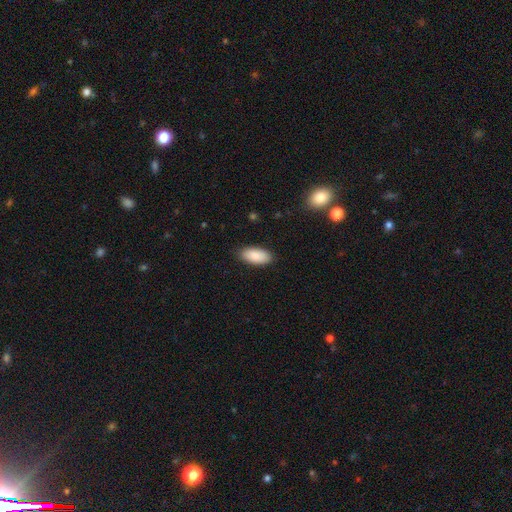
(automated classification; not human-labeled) Morphology: type=smooth (89%); roundness=in between (92%); merging=none (87%).